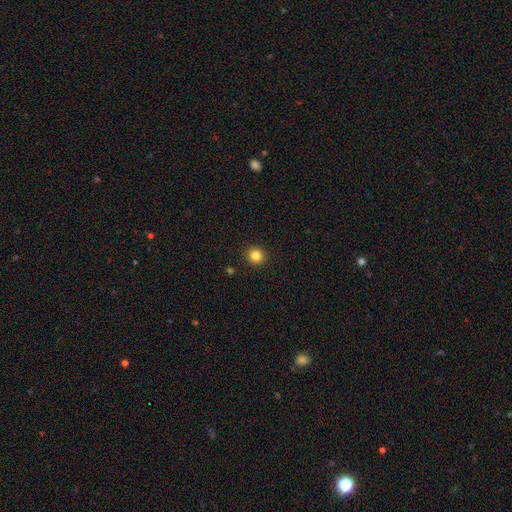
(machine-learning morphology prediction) type=smooth (83%); roundness=round (93%); merging=none (92%).